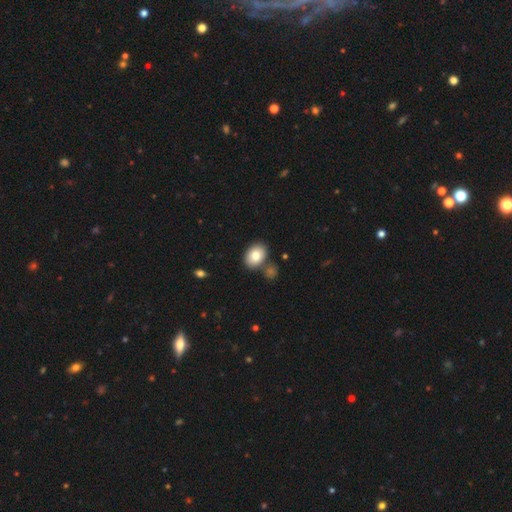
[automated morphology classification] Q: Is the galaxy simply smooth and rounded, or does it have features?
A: smooth — 81%.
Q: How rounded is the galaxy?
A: in between — 75%.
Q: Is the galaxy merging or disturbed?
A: none — 74%.